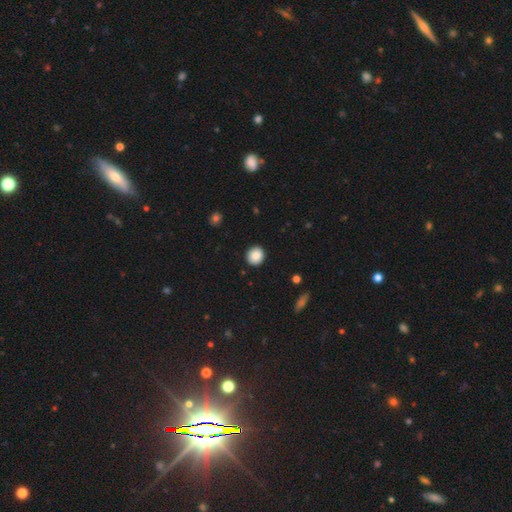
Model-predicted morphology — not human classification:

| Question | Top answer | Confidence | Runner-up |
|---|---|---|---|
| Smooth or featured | smooth | 87% | star or artifact (8%) |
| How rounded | round | 84% | in between (15%) |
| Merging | none | 91% | minor disturbance (6%) |